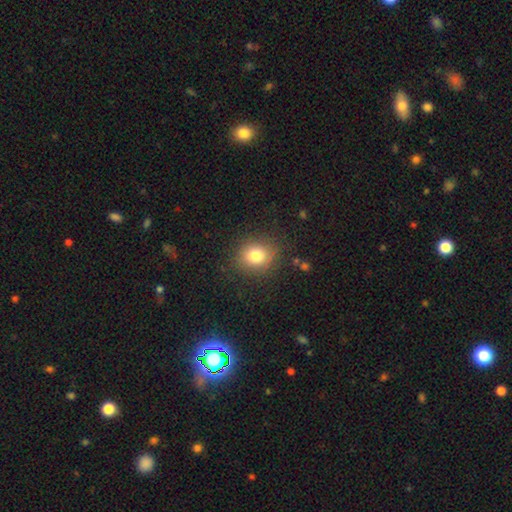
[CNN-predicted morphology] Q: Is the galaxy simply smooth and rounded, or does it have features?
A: smooth — 79%.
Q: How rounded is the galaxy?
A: round — 69%.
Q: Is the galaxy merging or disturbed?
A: none — 85%.